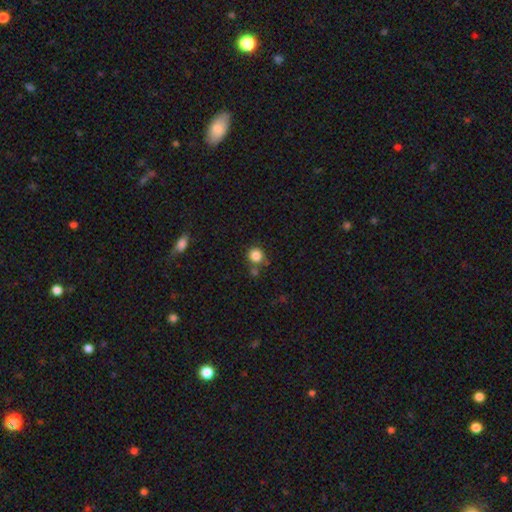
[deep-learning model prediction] Smooth or featured? Predicted: smooth (p=0.84). How rounded? Predicted: round (p=0.91). Merging? Predicted: none (p=0.72).